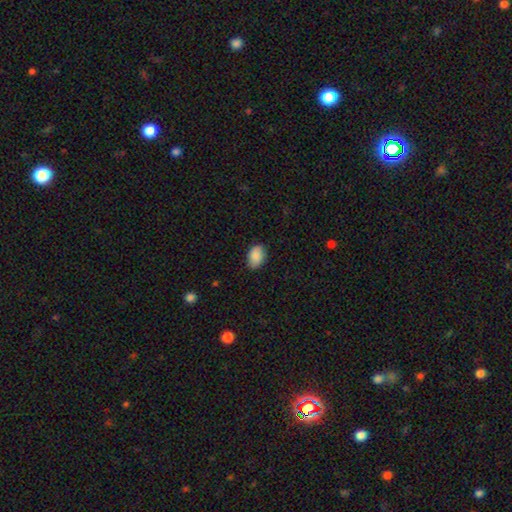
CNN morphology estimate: Overall: smooth (89%). How rounded: in between (84%). Merging: none (81%).